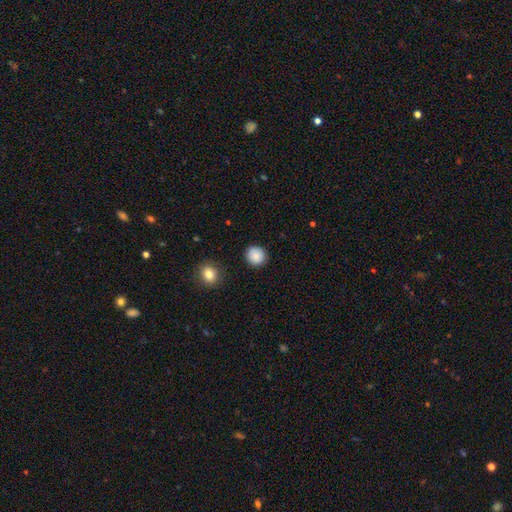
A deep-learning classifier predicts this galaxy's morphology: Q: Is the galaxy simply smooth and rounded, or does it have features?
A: smooth — 86%.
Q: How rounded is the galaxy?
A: round — 91%.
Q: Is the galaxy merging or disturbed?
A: none — 88%.